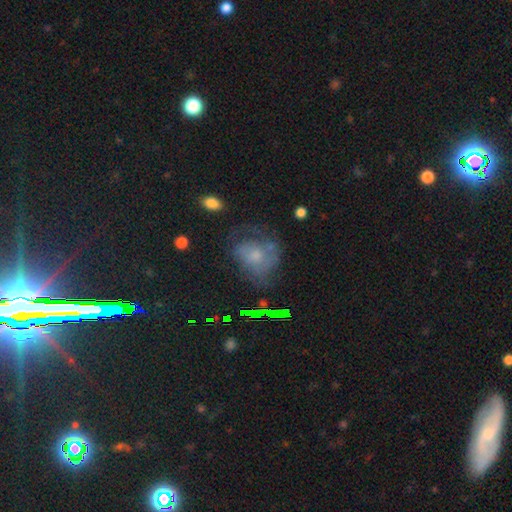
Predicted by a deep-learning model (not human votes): A featured or disk galaxy (44%).

Vote fractions:
- Smooth or featured? featured or disk: 44% / smooth: 40% / star or artifact: 17%
- Merging? none: 40% / major disturbance: 31% / minor disturbance: 25% / merger: 4%